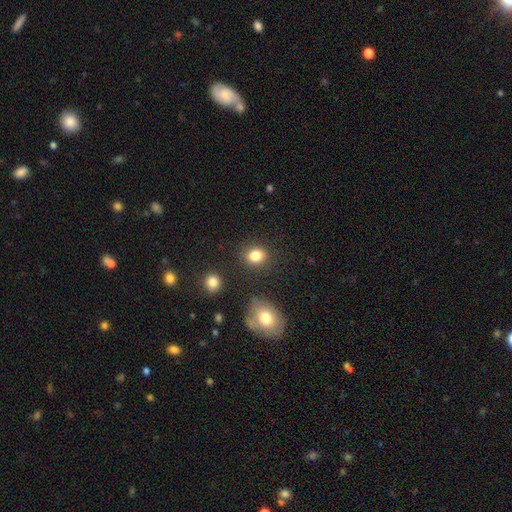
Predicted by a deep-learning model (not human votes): The model was most divided on "how rounded": round: 63%, in between: 36%, cigar-shaped: 1%. More confident: merging — none (84%); smooth or featured — smooth (84%).